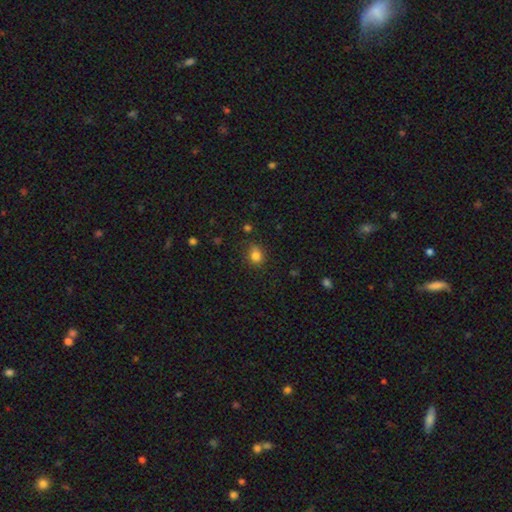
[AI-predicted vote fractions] smooth 81%, star or artifact 13%, featured or disk 6%. Down the decision tree: how rounded — round (63%); merging — none (76%).